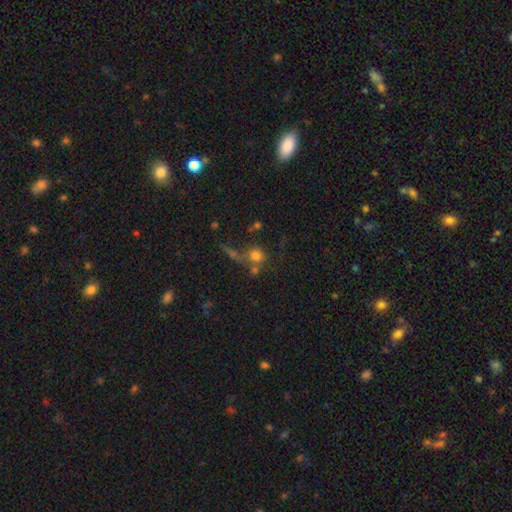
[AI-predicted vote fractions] Overall: smooth (71%). How rounded: round (87%). Merging: none (49%; merger 28%).